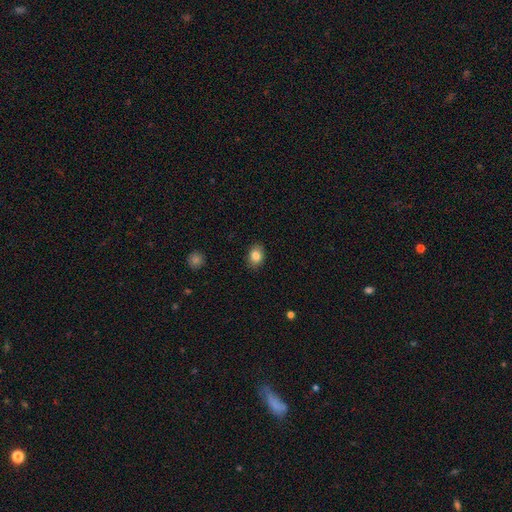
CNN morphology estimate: Smooth or featured? Predicted: smooth (p=0.85). How rounded? Predicted: in between (p=0.67). Merging? Predicted: none (p=0.88).